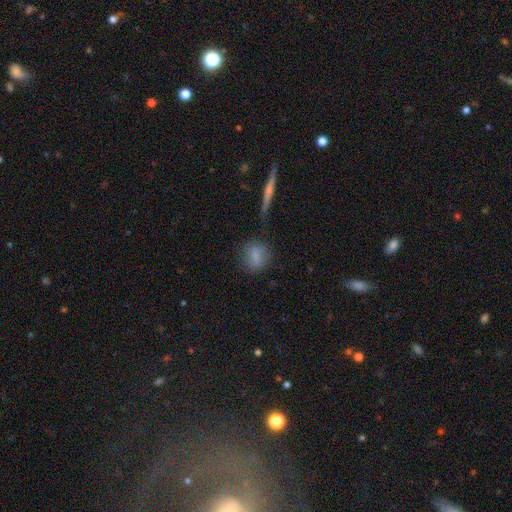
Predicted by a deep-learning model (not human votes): Smooth or featured: smooth — 79% (featured or disk — 12%)
How rounded: round — 59% (in between — 37%)
Merging: none — 71% (minor disturbance — 18%)